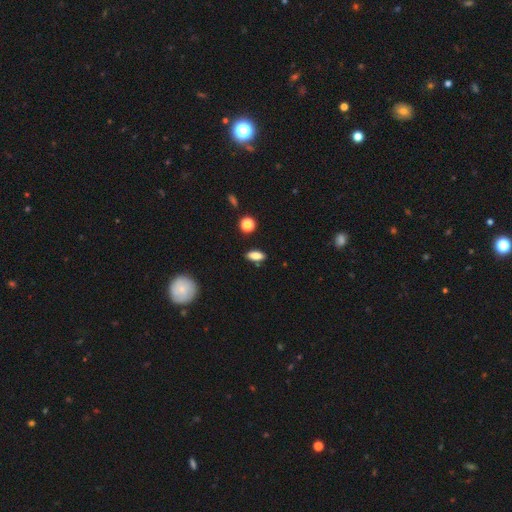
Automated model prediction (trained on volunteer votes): Overall: smooth (81%). How rounded: in between (74%). Merging: none (84%).